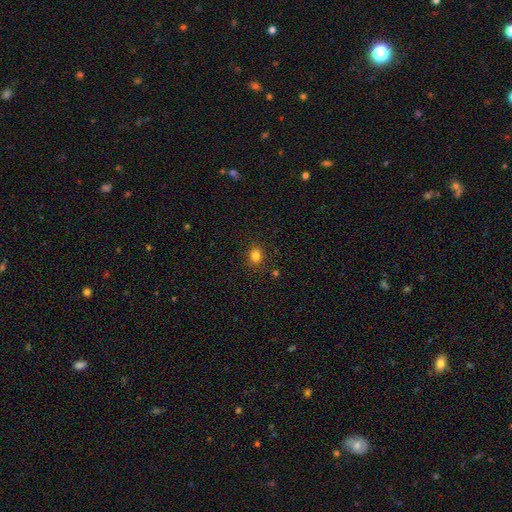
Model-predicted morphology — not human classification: Smooth or featured: smooth — 82% (star or artifact — 13%)
How rounded: round — 65% (in between — 34%)
Merging: none — 87% (minor disturbance — 8%)